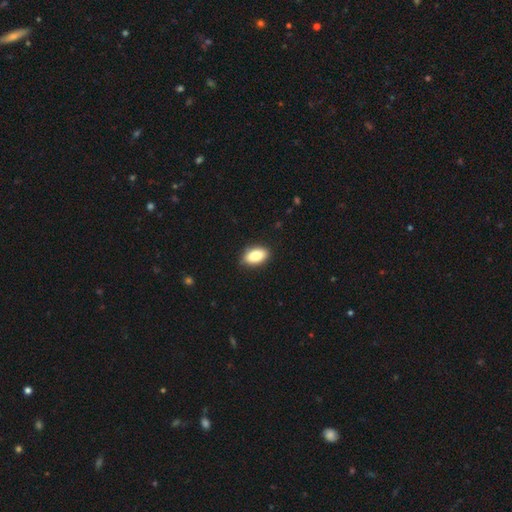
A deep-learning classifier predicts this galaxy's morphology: smooth_or_featured: smooth (p=0.82) [alt: featured or disk p=0.11]
how_rounded: in between (p=0.91) [alt: round p=0.06]
merging: none (p=0.88) [alt: minor disturbance p=0.09]